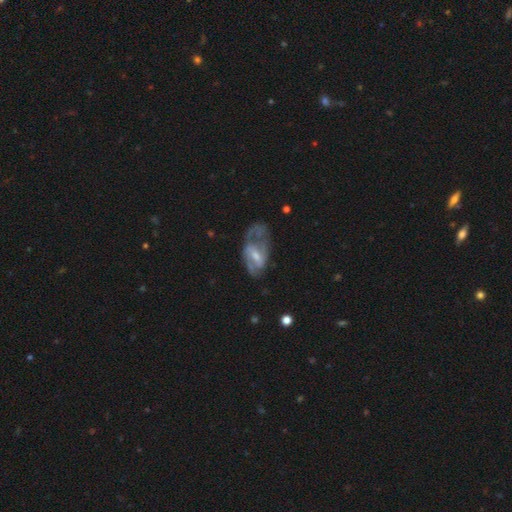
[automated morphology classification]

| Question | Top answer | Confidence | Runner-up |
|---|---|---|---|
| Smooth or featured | featured or disk | 70% | smooth (23%) |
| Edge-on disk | no | 95% | yes (5%) |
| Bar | weak | 47% | no (32%) |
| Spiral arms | yes | 68% | no (32%) |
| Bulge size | moderate | 44% | tied: small (44%) |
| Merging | major disturbance | 38% | none (35%) |